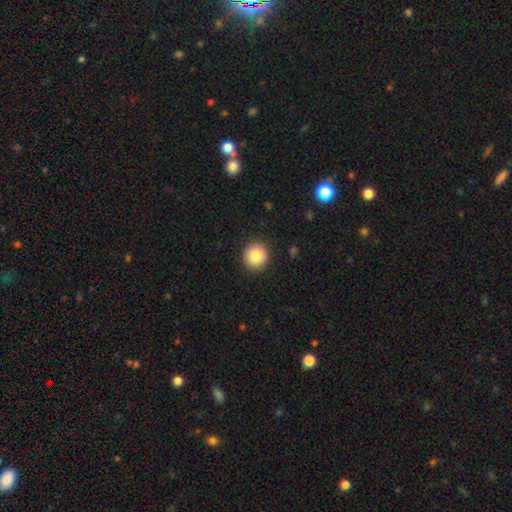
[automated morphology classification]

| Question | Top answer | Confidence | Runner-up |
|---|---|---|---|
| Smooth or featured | smooth | 85% | star or artifact (9%) |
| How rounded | round | 93% | in between (6%) |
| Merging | none | 91% | minor disturbance (6%) |